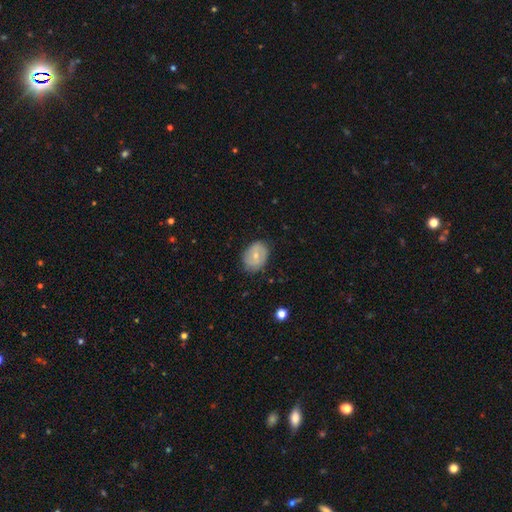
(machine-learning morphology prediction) This is possibly a smooth galaxy (49%). Merging: likely none (75%).